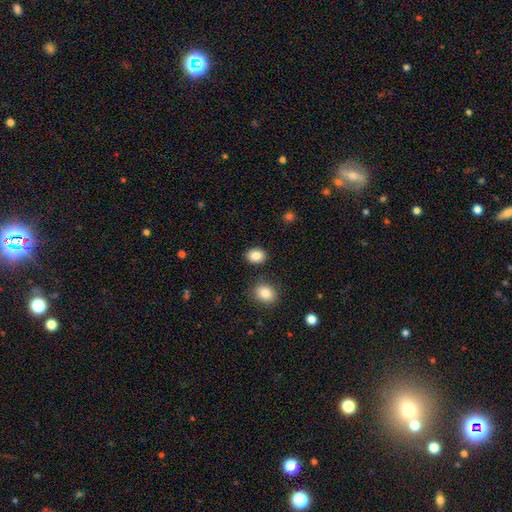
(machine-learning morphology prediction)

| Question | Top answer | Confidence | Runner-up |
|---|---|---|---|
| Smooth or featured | smooth | 86% | star or artifact (9%) |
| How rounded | in between | 57% | round (42%) |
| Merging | none | 84% | minor disturbance (9%) |